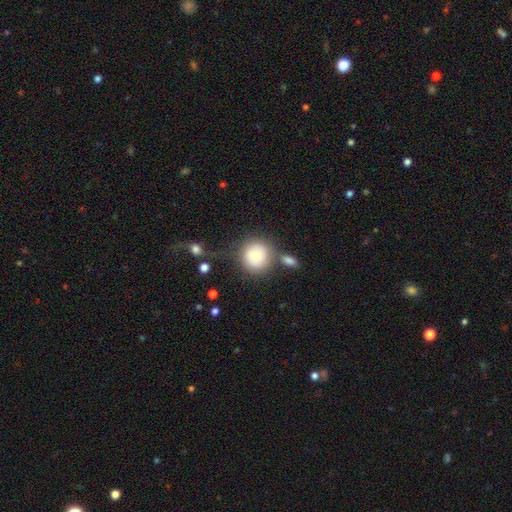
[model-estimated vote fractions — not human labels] Morphology: type=smooth (76%); roundness=round (90%); merging=none (59%).